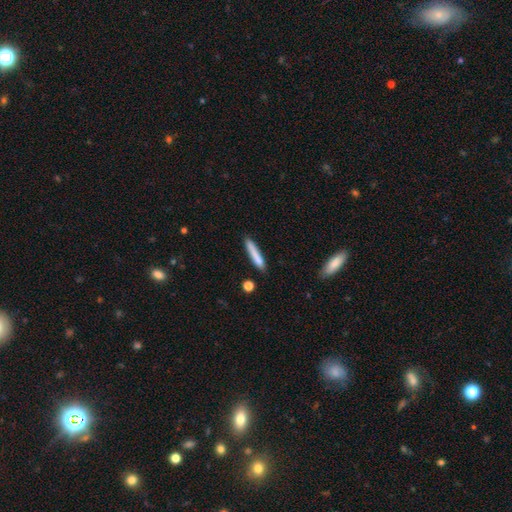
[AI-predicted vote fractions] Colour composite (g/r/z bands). It shows a smooth galaxy with no disk features (80%) that is cigar-shaped (92%). Merging: none (80%).